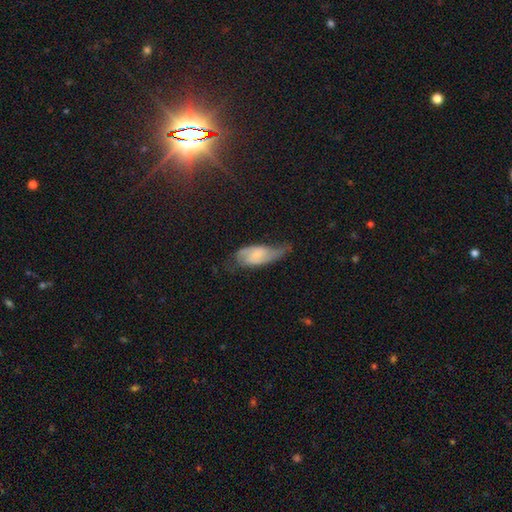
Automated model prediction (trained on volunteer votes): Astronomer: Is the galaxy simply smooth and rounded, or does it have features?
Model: featured or disk — 59%.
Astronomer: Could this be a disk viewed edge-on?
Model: no — 92%.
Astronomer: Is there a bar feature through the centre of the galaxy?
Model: no — 56% (runner-up: weak, 35%).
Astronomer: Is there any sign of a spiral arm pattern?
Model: yes — 86%.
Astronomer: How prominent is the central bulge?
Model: small — 62%.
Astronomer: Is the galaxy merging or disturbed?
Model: none — 43% (runner-up: minor disturbance, 35%).